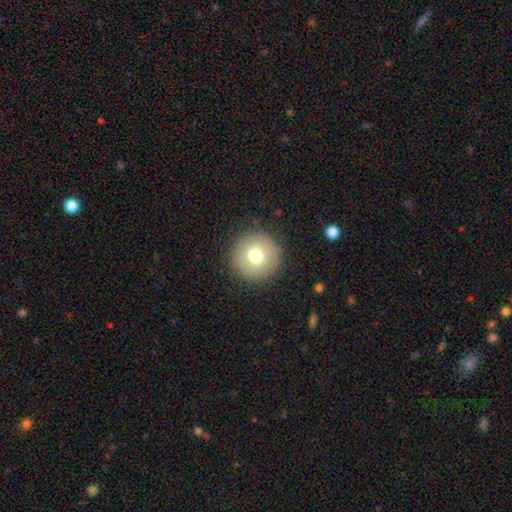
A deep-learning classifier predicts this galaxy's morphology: smooth-or-featured: smooth: 72% | featured or disk: 17% | star or artifact: 11%
  how-rounded: round: 96% | in between: 3% | cigar-shaped: 1%
  merging: none: 90% | minor disturbance: 6% | major disturbance: 3% | merger: 1%